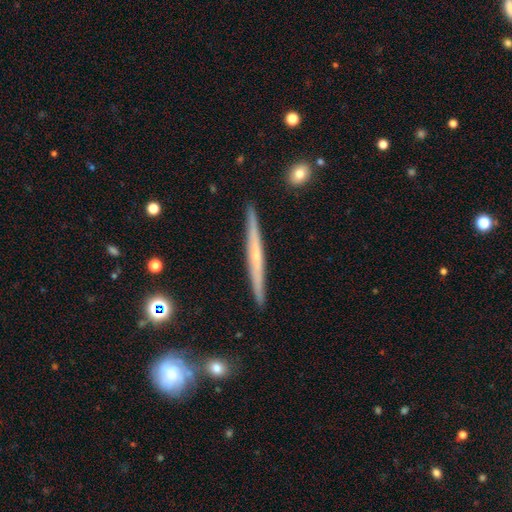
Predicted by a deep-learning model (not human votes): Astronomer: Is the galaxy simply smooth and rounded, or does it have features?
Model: featured or disk — 64%.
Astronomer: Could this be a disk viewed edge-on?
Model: yes — 97%.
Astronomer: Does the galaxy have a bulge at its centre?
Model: none — 60% (runner-up: rounded, 36%).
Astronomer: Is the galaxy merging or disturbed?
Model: none — 91%.